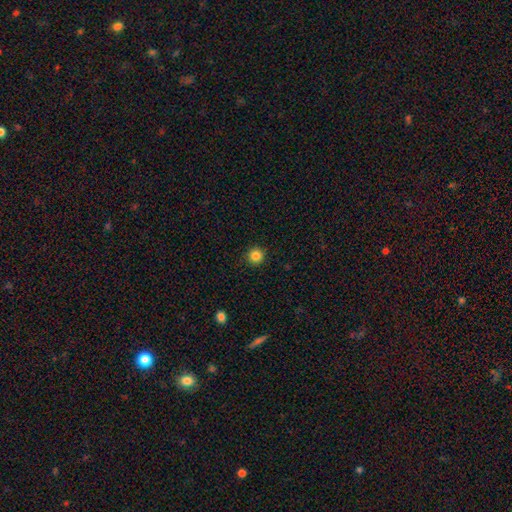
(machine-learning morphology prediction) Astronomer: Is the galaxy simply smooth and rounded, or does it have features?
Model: smooth — 85%.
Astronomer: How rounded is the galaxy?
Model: round — 95%.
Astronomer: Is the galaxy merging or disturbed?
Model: none — 92%.